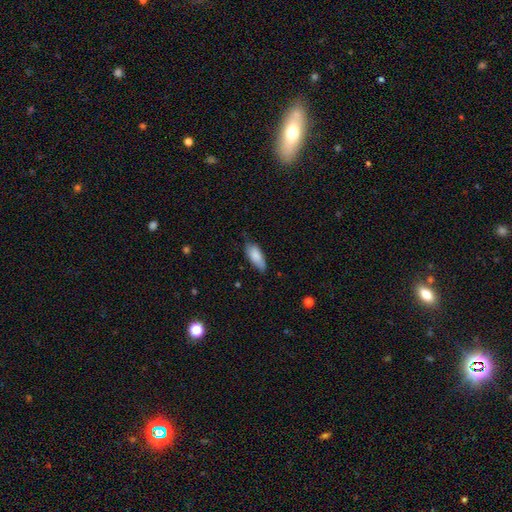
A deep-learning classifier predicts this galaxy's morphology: Smooth or featured? smooth (84%)
How rounded? in between (80%)
Merging? none (67%)